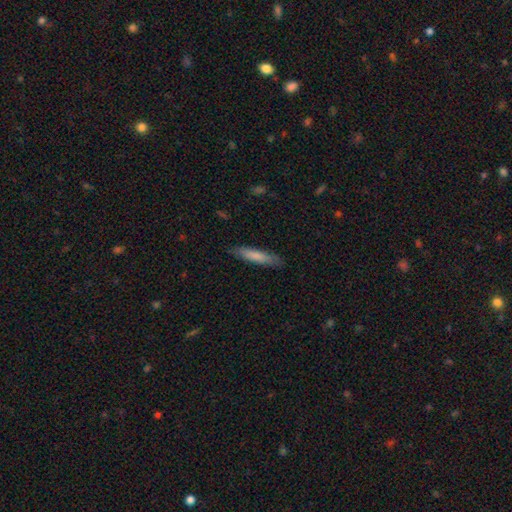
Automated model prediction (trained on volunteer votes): Overall: smooth (78%). How rounded: cigar-shaped (85%). Merging: none (85%).